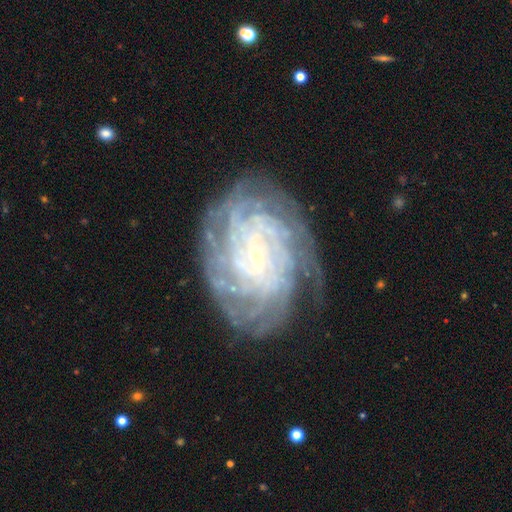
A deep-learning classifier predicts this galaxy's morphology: A featured or disk galaxy (88%) with no bar (54%), more than 4 (34%) tight (82%) spiral arms (97%) and a small central bulge (86%). Merging: none (78%).